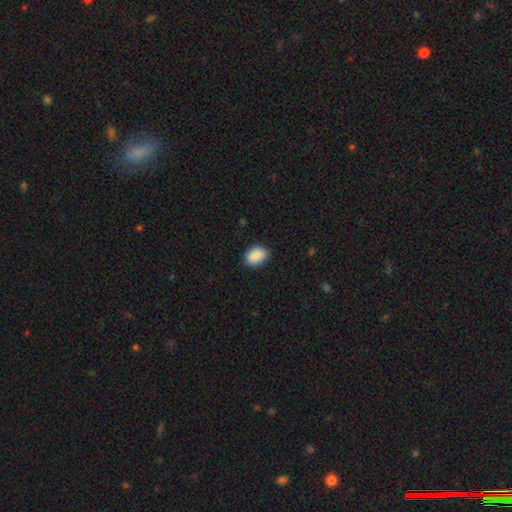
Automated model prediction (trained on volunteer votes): Smooth or featured?
  - smooth: 90% *
  - star or artifact: 7%
  - featured or disk: 3%
How rounded?
  - in between: 82% *
  - round: 17%
  - cigar-shaped: 1%
Merging?
  - none: 86% *
  - minor disturbance: 11%
  - major disturbance: 2%
  - merger: 1%